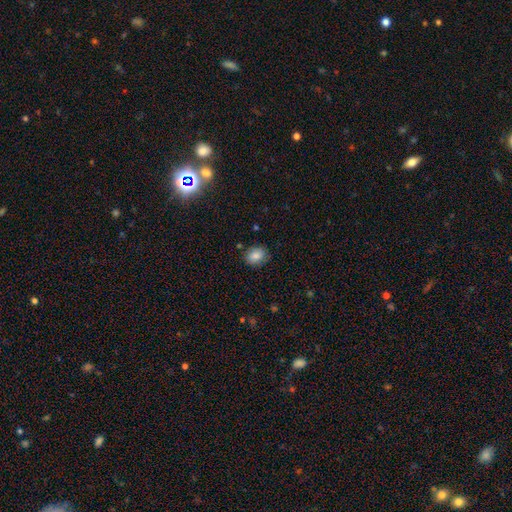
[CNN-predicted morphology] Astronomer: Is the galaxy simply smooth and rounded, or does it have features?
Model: smooth — 83%.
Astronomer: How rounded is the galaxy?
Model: round — 51% (runner-up: in between, 48%).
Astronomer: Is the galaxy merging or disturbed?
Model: none — 82%.